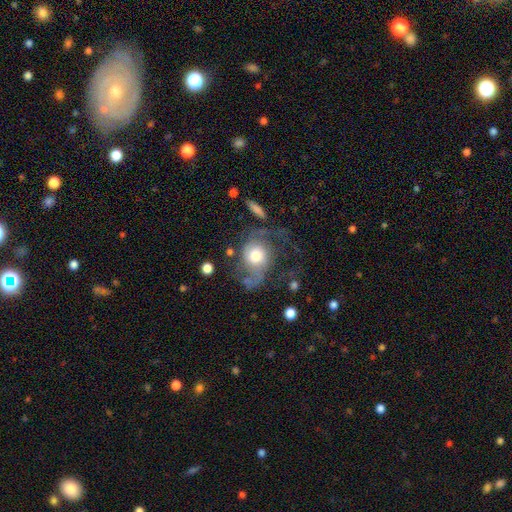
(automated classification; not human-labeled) Smooth or featured? featured or disk (53%)
Edge-on disk? no (96%)
Bar? no (78%)
Spiral arms? yes (74%)
Bulge size? moderate (51%)
Merging? major disturbance (43%)